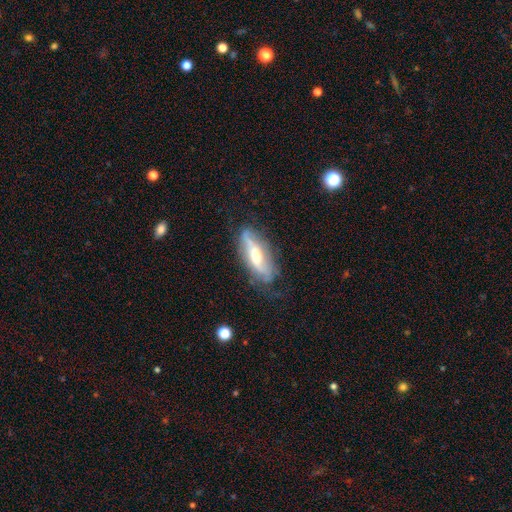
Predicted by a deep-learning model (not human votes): Smooth or featured? Predicted: featured or disk (p=0.67). Edge-on disk? Predicted: no (p=0.66). Merging? Predicted: none (p=0.63).